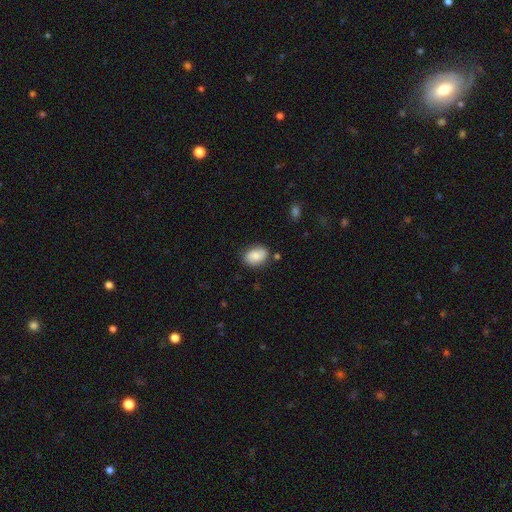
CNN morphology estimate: This is clearly a smooth galaxy (81%). How rounded: clearly in between (80%). Merging: likely none (76%).